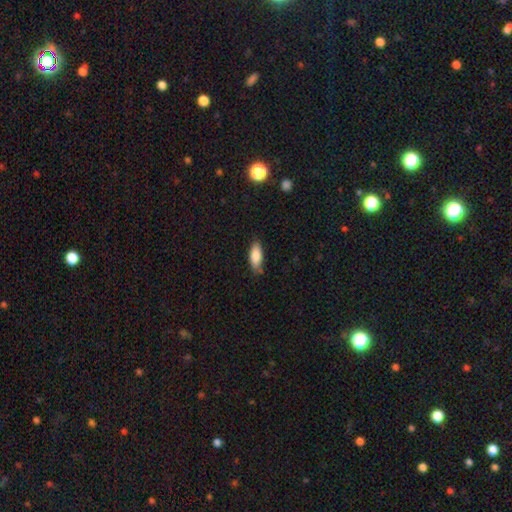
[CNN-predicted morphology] Smooth or featured: smooth — 83% (featured or disk — 10%)
How rounded: in between — 78% (cigar-shaped — 20%)
Merging: none — 79% (minor disturbance — 16%)